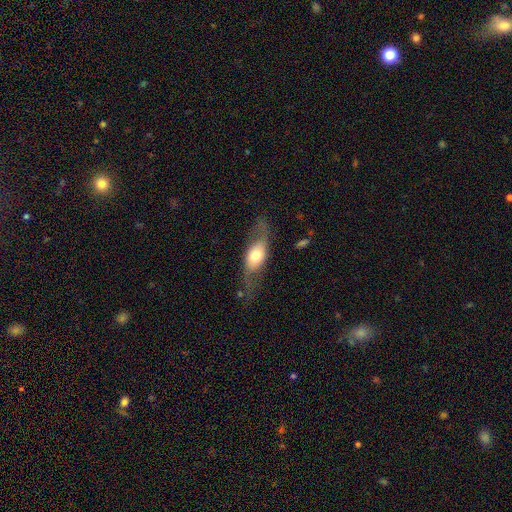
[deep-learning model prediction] A featured or disk galaxy (53%). Merging: none (61%).